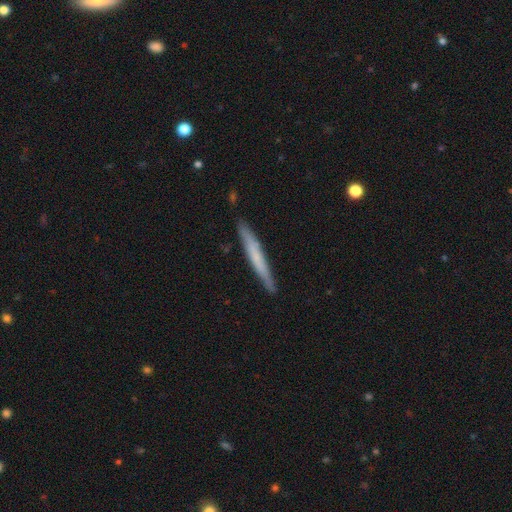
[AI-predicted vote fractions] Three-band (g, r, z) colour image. It shows a smooth galaxy with no disk features (54%) that is cigar-shaped (96%). Merging: none (89%).